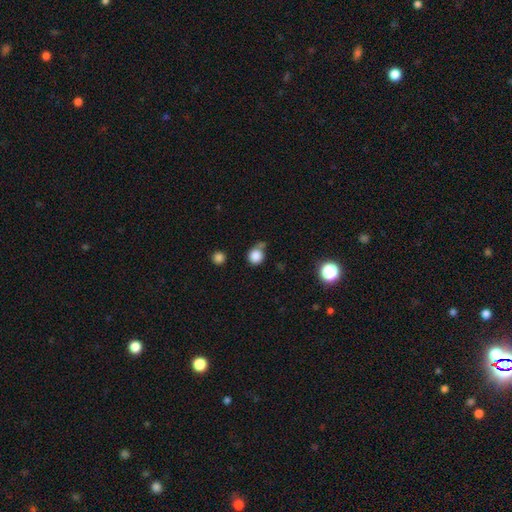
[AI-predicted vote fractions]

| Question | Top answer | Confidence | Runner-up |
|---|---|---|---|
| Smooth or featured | smooth | 84% | star or artifact (11%) |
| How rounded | round | 85% | in between (14%) |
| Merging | none | 55% | minor disturbance (25%) |